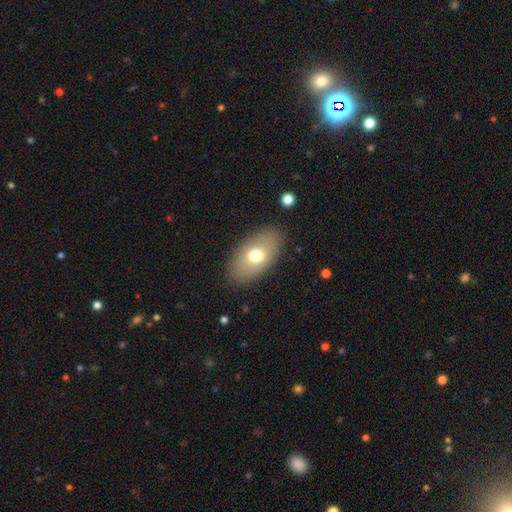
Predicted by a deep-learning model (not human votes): The model was most divided on "smooth or featured": smooth: 69%, featured or disk: 23%, star or artifact: 8%. More confident: how rounded — in between (92%); merging — none (85%).